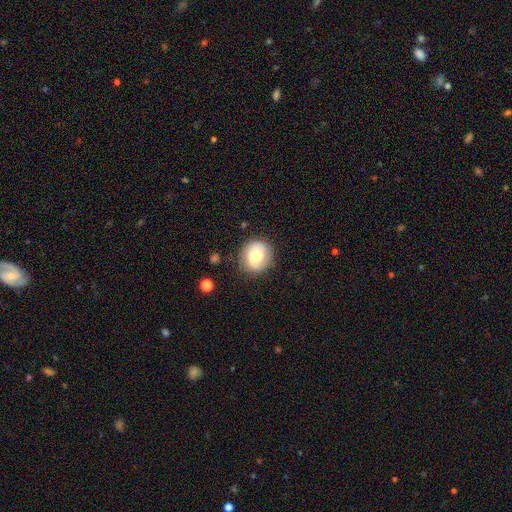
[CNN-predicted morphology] Smooth or featured: smooth — 57% (featured or disk — 35%)
How rounded: round — 82% (in between — 17%)
Merging: none — 80% (minor disturbance — 14%)